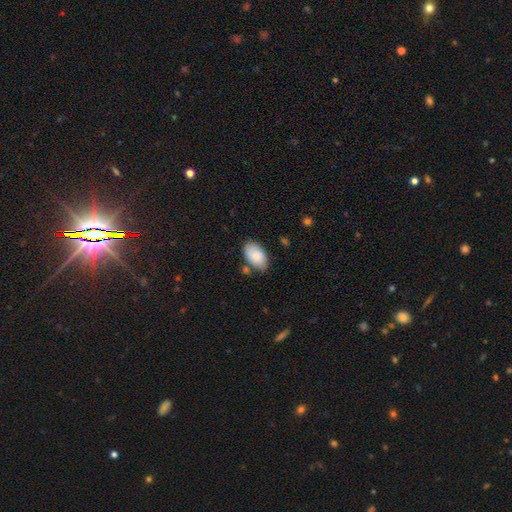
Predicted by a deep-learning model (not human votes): Overall: smooth (86%). How rounded: in between (94%). Merging: none (72%).